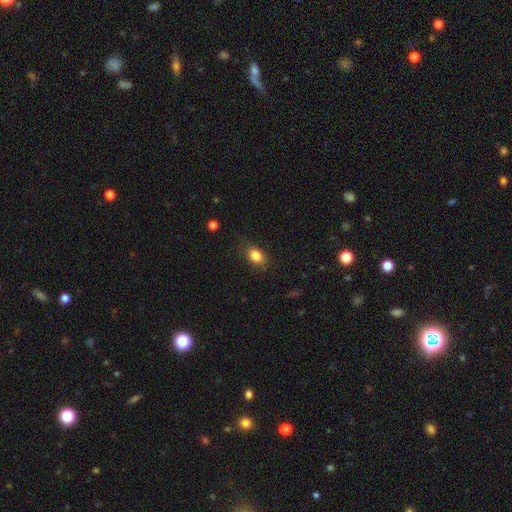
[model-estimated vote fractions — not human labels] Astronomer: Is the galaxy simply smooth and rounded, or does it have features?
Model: smooth — 84%.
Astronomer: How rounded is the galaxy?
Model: in between — 77%.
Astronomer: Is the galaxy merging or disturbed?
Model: none — 81%.